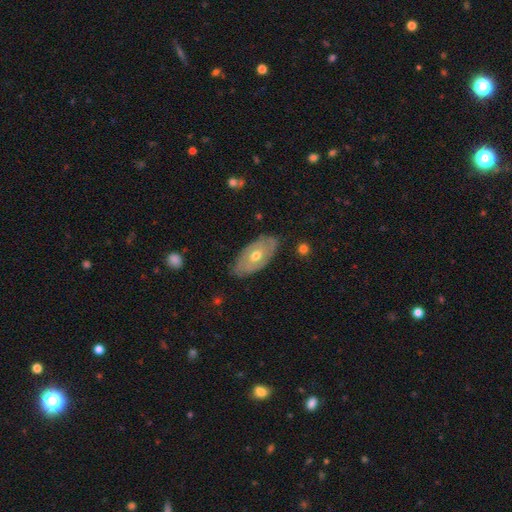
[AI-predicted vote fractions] Smooth or featured?
  - featured or disk: 57% *
  - smooth: 37%
  - star or artifact: 6%
Edge-on disk?
  - no: 85% *
  - yes: 15%
Merging?
  - none: 79% *
  - minor disturbance: 16%
  - major disturbance: 3%
  - merger: 1%